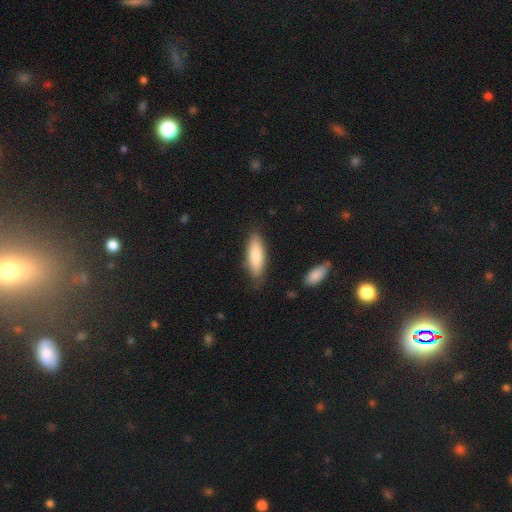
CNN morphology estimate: Overall: smooth (83%). How rounded: in between (55%; cigar-shaped 43%). Merging: none (78%).